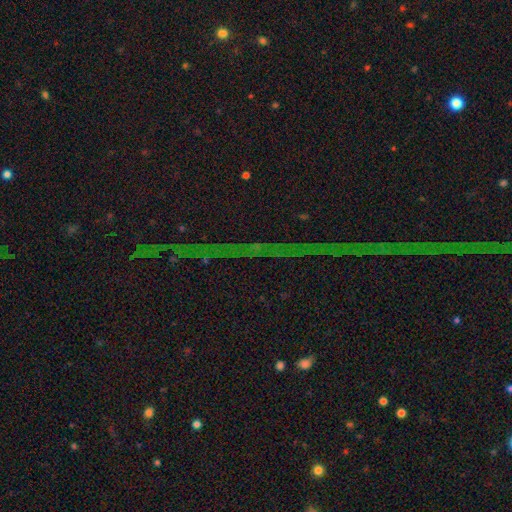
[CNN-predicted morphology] smooth_or_featured: star or artifact (p=0.82) [alt: featured or disk p=0.11]